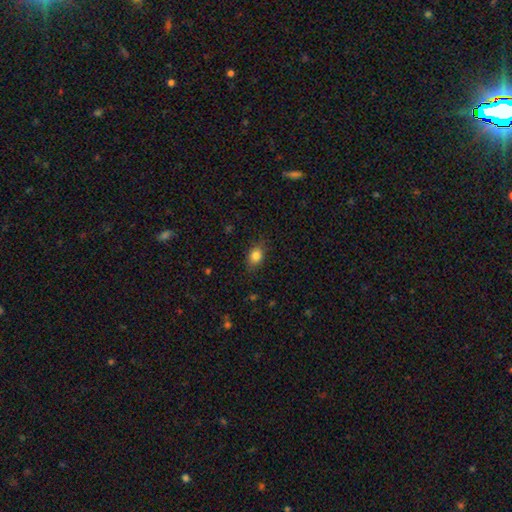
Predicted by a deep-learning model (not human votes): Smooth or featured: smooth — 84% (star or artifact — 10%)
How rounded: in between — 67% (round — 31%)
Merging: none — 81% (minor disturbance — 15%)